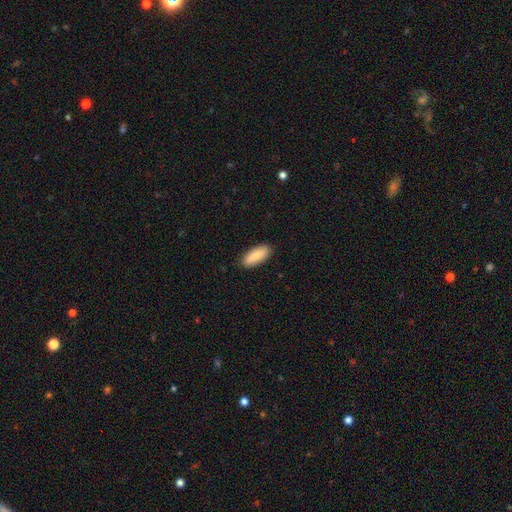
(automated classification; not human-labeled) Smooth or featured?
  - smooth: 83% *
  - featured or disk: 11%
  - star or artifact: 6%
How rounded?
  - in between: 70% *
  - cigar-shaped: 28%
  - round: 2%
Merging?
  - none: 89% *
  - minor disturbance: 8%
  - major disturbance: 2%
  - merger: 1%